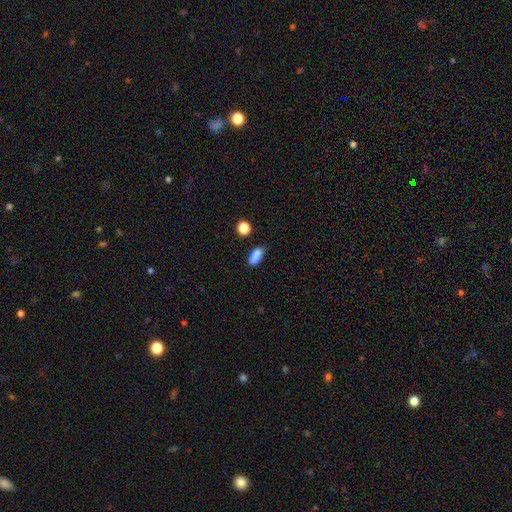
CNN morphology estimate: Smooth or featured: smooth — 86% (star or artifact — 9%)
How rounded: in between — 78% (cigar-shaped — 17%)
Merging: none — 75% (minor disturbance — 17%)